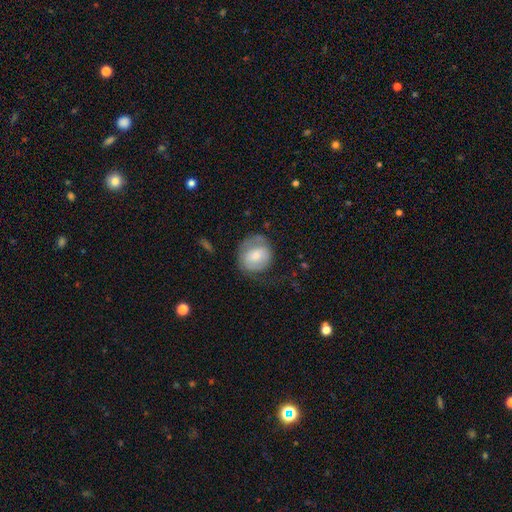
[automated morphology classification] Smooth or featured? Predicted: smooth (p=0.60). How rounded? Predicted: round (p=0.71). Merging? Predicted: none (p=0.50).